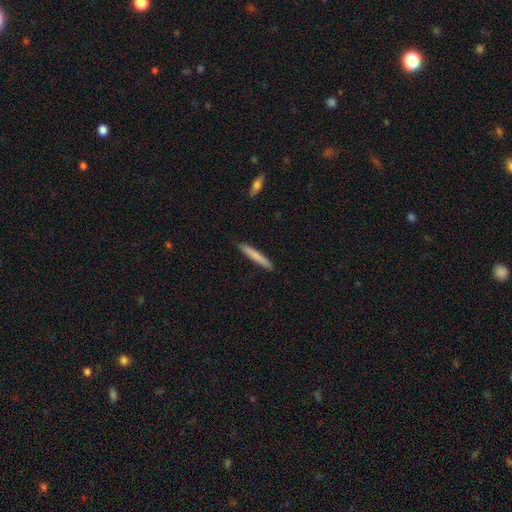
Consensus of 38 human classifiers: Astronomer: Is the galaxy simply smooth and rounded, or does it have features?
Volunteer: smooth — 71%.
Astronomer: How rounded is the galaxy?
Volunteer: cigar-shaped — 96%.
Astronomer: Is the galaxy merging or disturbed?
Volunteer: none — 80%.